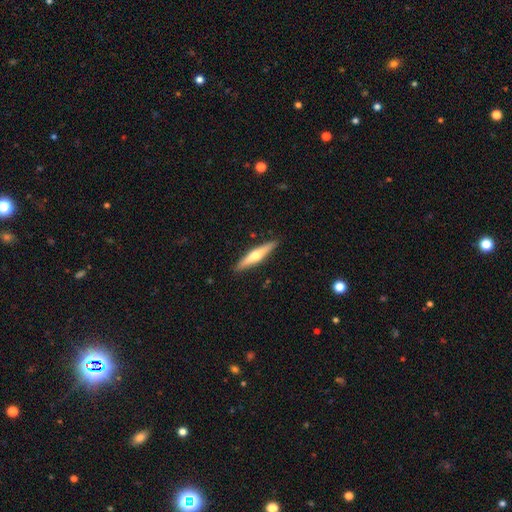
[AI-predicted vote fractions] smooth_or_featured: featured or disk (p=0.54) [alt: smooth p=0.40]
disk_edge_on: yes (p=0.94) [alt: no p=0.06]
edge_on_bulge: rounded (p=0.92) [alt: none p=0.05]
merging: none (p=0.90) [alt: minor disturbance p=0.07]